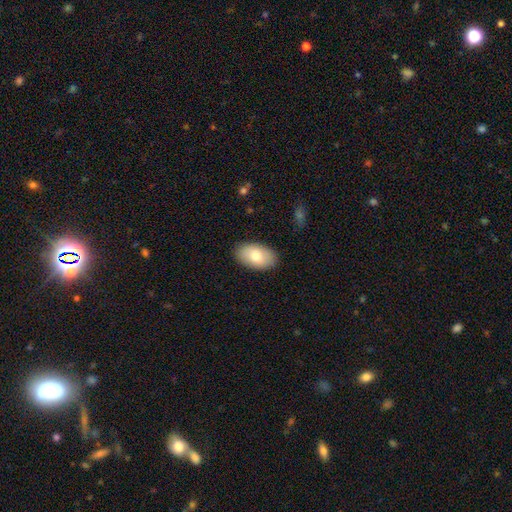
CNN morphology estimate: A smooth galaxy with no disk features (77%) that is in between round and cigar-shaped (94%). Merging: none (88%).